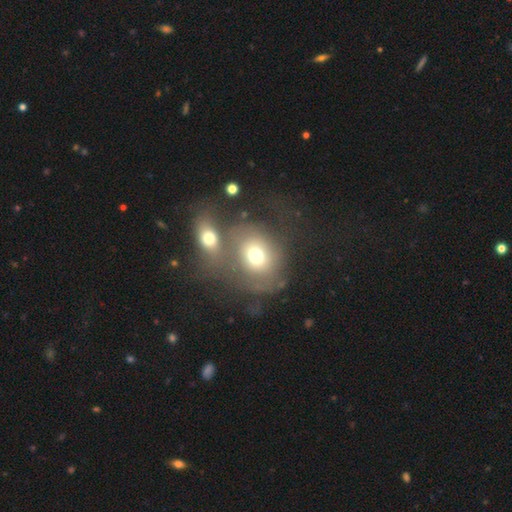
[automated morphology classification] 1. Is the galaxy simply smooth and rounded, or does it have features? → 68% smooth, 21% featured or disk, 12% star or artifact.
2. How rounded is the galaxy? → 66% round, 33% in between, 1% cigar-shaped.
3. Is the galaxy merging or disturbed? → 47% merger, 31% none, 11% major disturbance, 11% minor disturbance.